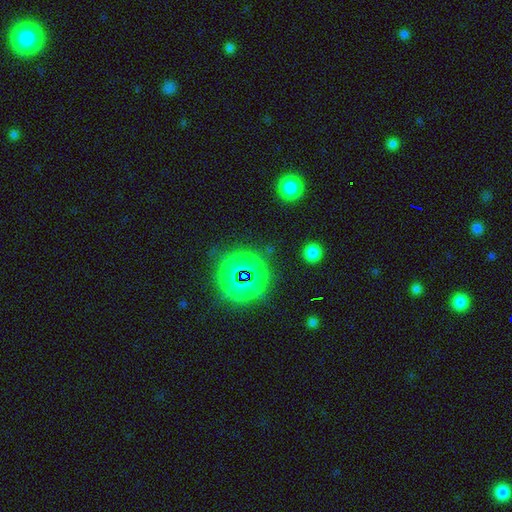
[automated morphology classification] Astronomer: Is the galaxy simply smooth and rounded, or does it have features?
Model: star or artifact — 79%.